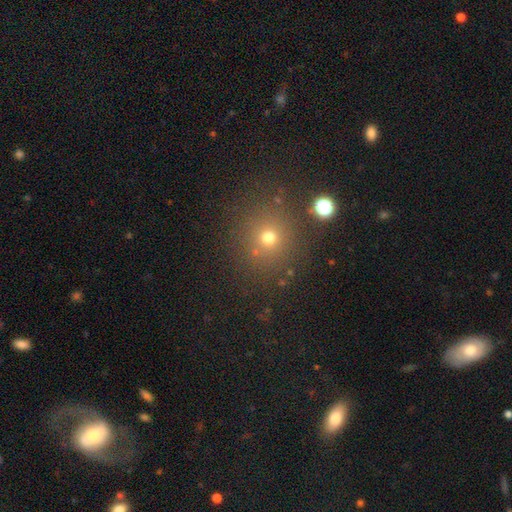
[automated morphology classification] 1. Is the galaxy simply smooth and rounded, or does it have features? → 51% smooth, 34% star or artifact, 15% featured or disk.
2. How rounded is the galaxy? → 86% round, 13% in between, 1% cigar-shaped.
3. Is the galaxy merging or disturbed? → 84% none, 9% minor disturbance, 4% major disturbance, 3% merger.